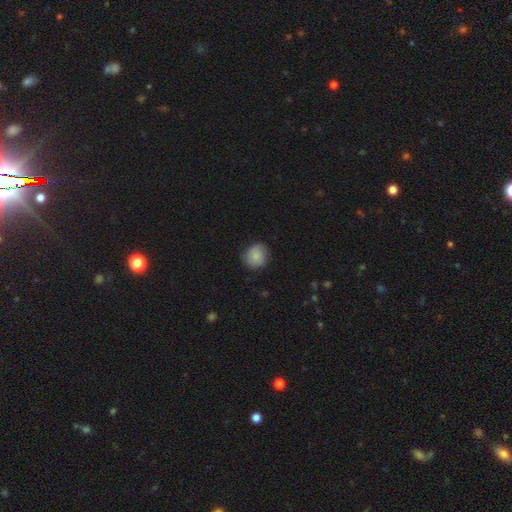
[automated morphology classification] Smooth or featured?
  - smooth: 85% *
  - featured or disk: 8%
  - star or artifact: 8%
How rounded?
  - round: 86% *
  - in between: 13%
  - cigar-shaped: 1%
Merging?
  - none: 82% *
  - minor disturbance: 14%
  - major disturbance: 3%
  - merger: 1%